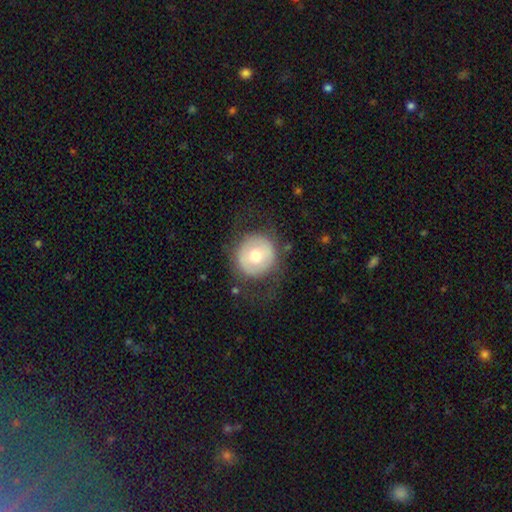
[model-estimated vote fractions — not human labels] Smooth or featured: smooth — 59% (featured or disk — 33%)
How rounded: round — 93% (in between — 6%)
Merging: none — 74% (minor disturbance — 14%)